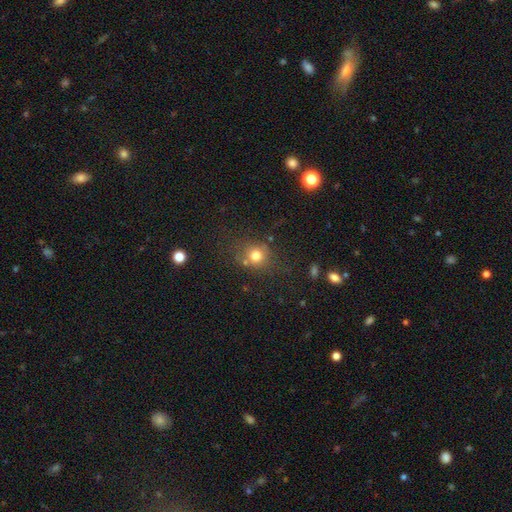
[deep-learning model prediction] Smooth or featured?
  - smooth: 75% *
  - star or artifact: 16%
  - featured or disk: 10%
How rounded?
  - round: 81% *
  - in between: 18%
  - cigar-shaped: 1%
Merging?
  - none: 72% *
  - minor disturbance: 14%
  - merger: 7%
  - major disturbance: 6%